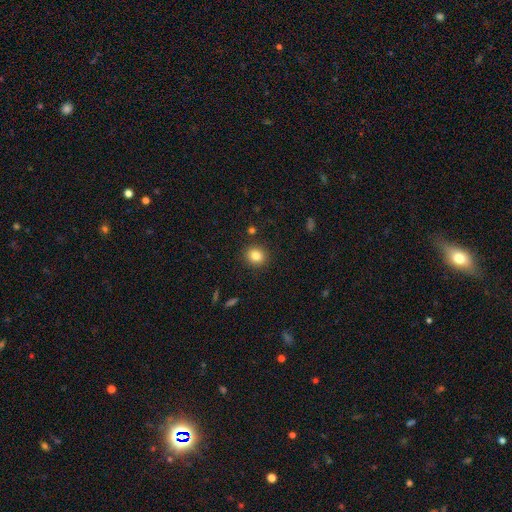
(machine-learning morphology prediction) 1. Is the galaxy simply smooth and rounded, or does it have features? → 83% smooth, 11% star or artifact, 6% featured or disk.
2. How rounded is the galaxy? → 80% round, 19% in between, 1% cigar-shaped.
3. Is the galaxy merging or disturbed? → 90% none, 6% minor disturbance, 2% major disturbance, 2% merger.